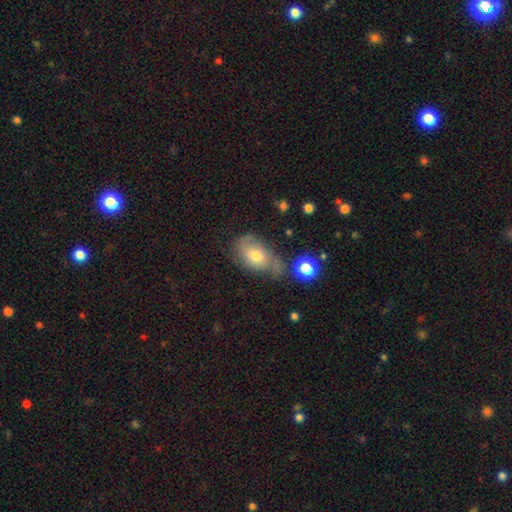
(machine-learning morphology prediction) Smooth or featured? smooth (57%)
How rounded? in between (84%)
Merging? none (37%)